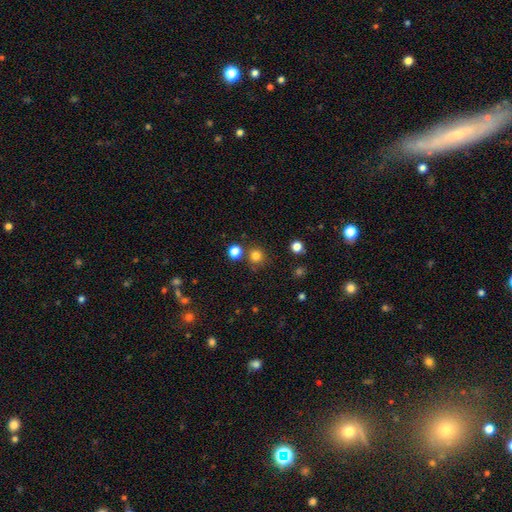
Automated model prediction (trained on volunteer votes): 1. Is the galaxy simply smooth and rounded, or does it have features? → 79% smooth, 16% star or artifact, 5% featured or disk.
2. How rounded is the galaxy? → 93% round, 6% in between, 1% cigar-shaped.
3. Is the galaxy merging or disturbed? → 82% none, 8% merger, 7% minor disturbance, 3% major disturbance.